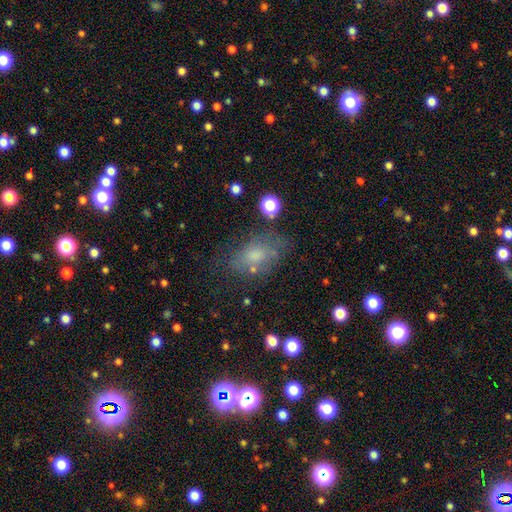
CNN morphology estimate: type=smooth (61%); roundness=in between (86%); merging=none (60%).